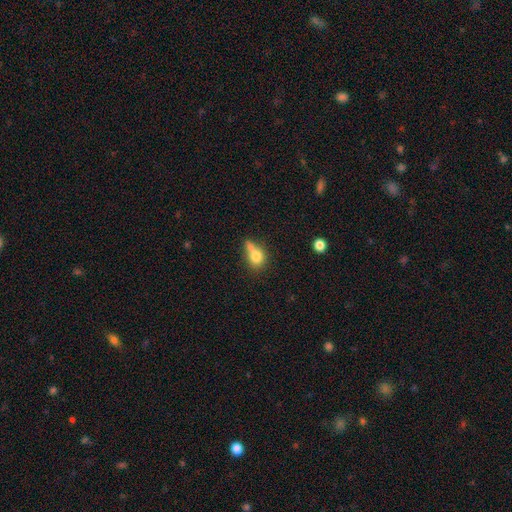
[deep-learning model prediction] Smooth or featured? Predicted: smooth (p=0.76). How rounded? Predicted: round (p=0.54). Merging? Predicted: none (p=0.34, tied with merger).